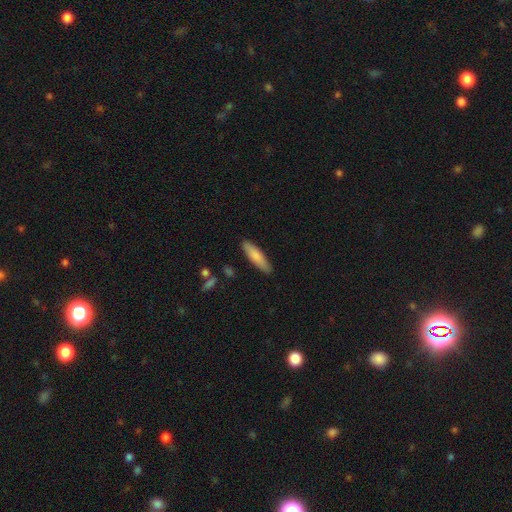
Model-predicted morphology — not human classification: type=smooth (79%); roundness=cigar-shaped (74%); merging=none (88%).